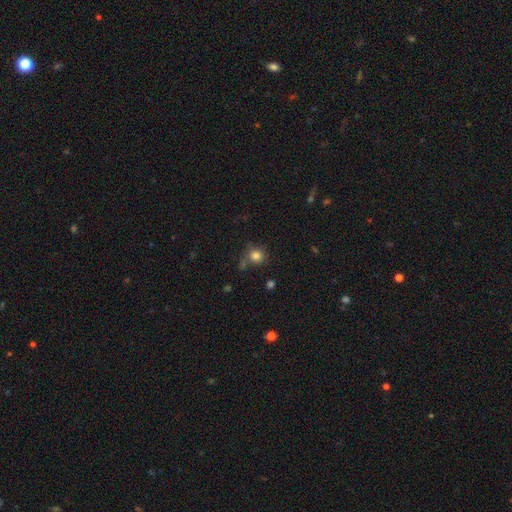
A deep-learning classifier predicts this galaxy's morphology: This is clearly a smooth galaxy (82%). How rounded: clearly round (87%). Merging: likely none (69%).